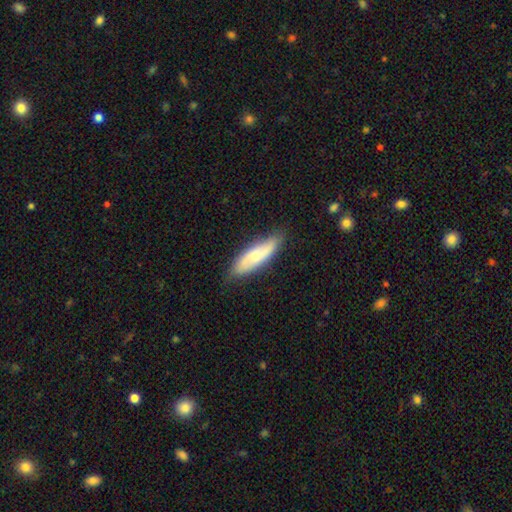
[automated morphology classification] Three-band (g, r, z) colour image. It shows a smooth galaxy with no disk features (55%) that is cigar-shaped (55%). Merging: none (79%).